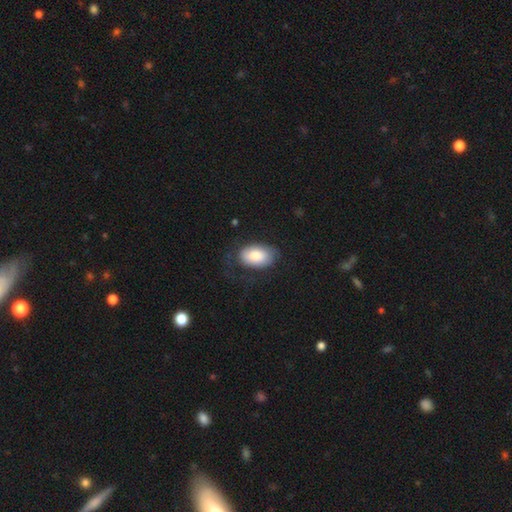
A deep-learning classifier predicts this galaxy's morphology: Smooth or featured?
  - smooth: 78% *
  - featured or disk: 16%
  - star or artifact: 6%
How rounded?
  - in between: 91% *
  - round: 8%
  - cigar-shaped: 1%
Merging?
  - none: 58% *
  - minor disturbance: 23%
  - major disturbance: 18%
  - merger: 1%